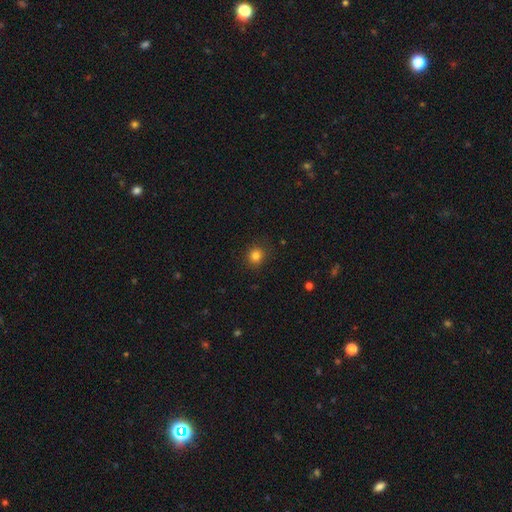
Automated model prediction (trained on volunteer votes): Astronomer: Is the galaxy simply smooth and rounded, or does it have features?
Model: smooth — 82%.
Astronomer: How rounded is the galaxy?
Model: round — 88%.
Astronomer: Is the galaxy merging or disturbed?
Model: none — 87%.